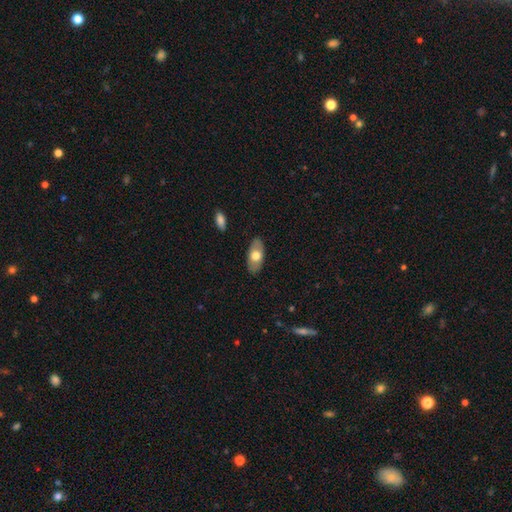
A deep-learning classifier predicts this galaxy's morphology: A smooth galaxy with no disk features (65%) that is in between round and cigar-shaped (92%).

Vote fractions:
- Smooth or featured? smooth: 65% / featured or disk: 29% / star or artifact: 6%
- How rounded? in between: 92% / cigar-shaped: 5% / round: 3%
- Merging? none: 86% / minor disturbance: 10% / major disturbance: 2% / merger: 1%